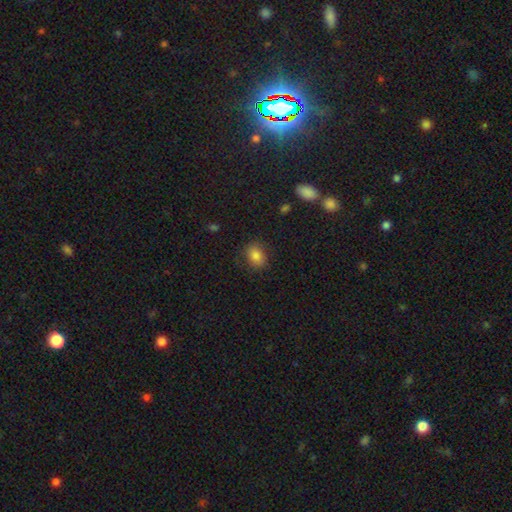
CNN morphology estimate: A smooth galaxy with no disk features (83%) that is in between round and cigar-shaped (61%). Merging: none (83%).